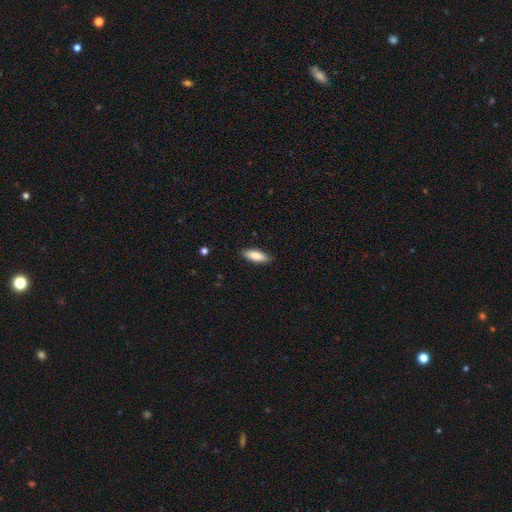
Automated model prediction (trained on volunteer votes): Morphology: type=smooth (85%); roundness=in between (64%); merging=none (88%).